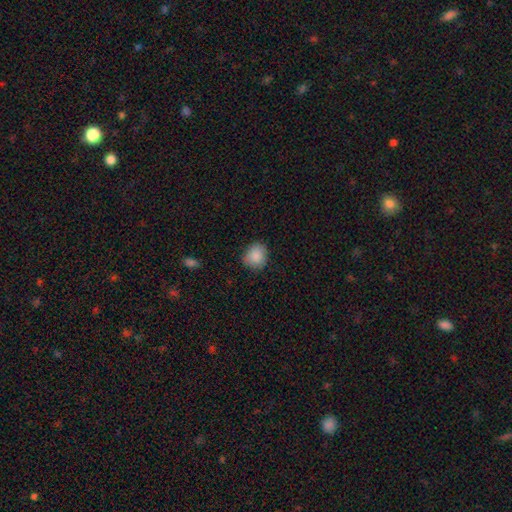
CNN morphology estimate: A smooth galaxy with no disk features (88%) that is round (74%).

Vote fractions:
- Smooth or featured? smooth: 88% / star or artifact: 8% / featured or disk: 4%
- How rounded? round: 74% / in between: 25% / cigar-shaped: 1%
- Merging? none: 80% / minor disturbance: 15% / major disturbance: 3% / merger: 1%